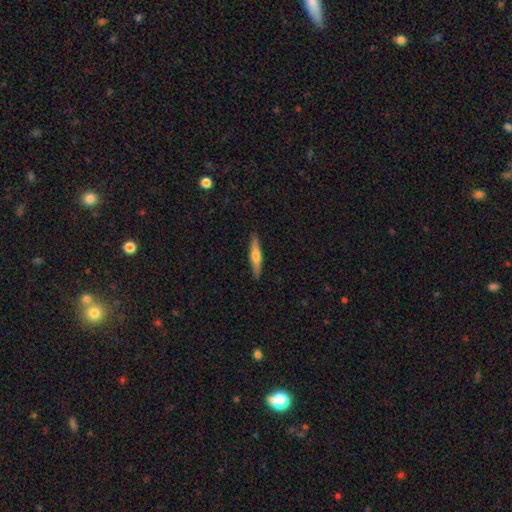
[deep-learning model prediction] Smooth or featured? smooth (52%)
How rounded? cigar-shaped (86%)
Merging? none (89%)